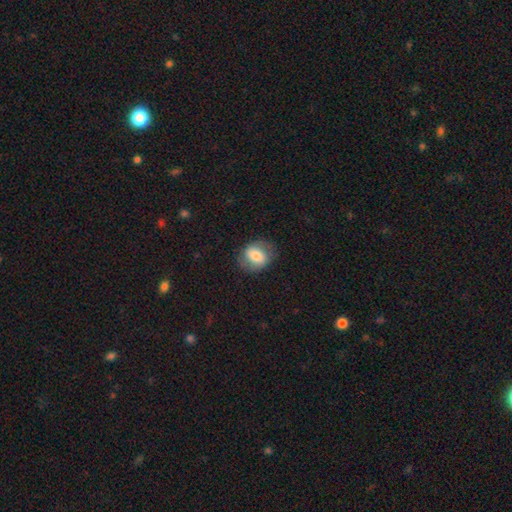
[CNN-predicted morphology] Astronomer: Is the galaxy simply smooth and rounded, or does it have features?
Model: smooth — 65%.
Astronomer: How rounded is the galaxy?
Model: in between — 56% (runner-up: round, 43%).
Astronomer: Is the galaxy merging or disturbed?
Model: none — 76%.